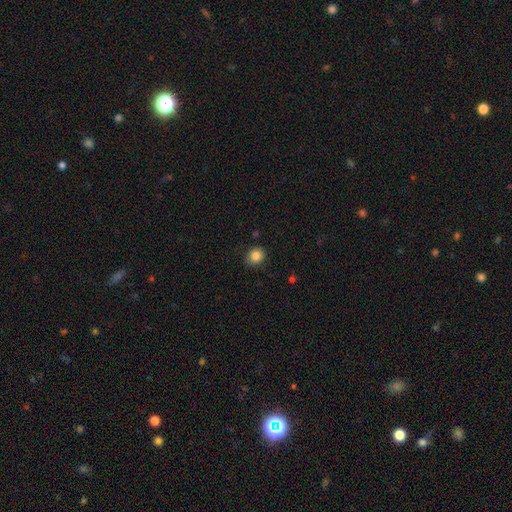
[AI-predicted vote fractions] Smooth or featured? Predicted: smooth (p=0.85). How rounded? Predicted: round (p=0.72). Merging? Predicted: none (p=0.84).